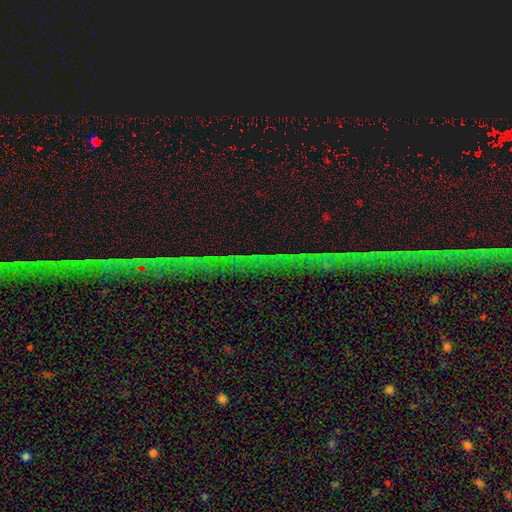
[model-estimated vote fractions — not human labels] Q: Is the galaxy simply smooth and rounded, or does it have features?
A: star or artifact — 83%.